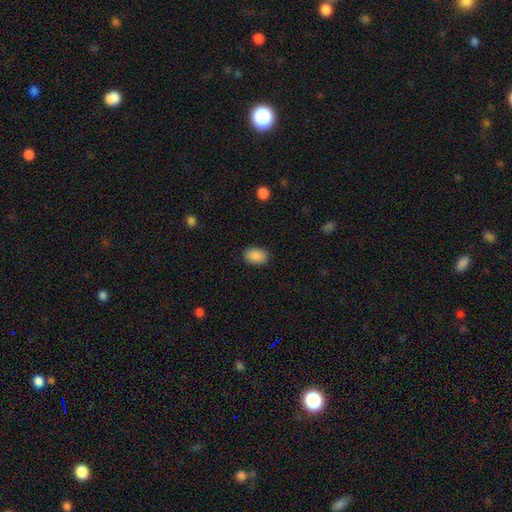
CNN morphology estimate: smooth_or_featured: smooth (p=0.89) [alt: star or artifact p=0.07]
how_rounded: in between (p=0.85) [alt: round p=0.14]
merging: none (p=0.88) [alt: minor disturbance p=0.09]